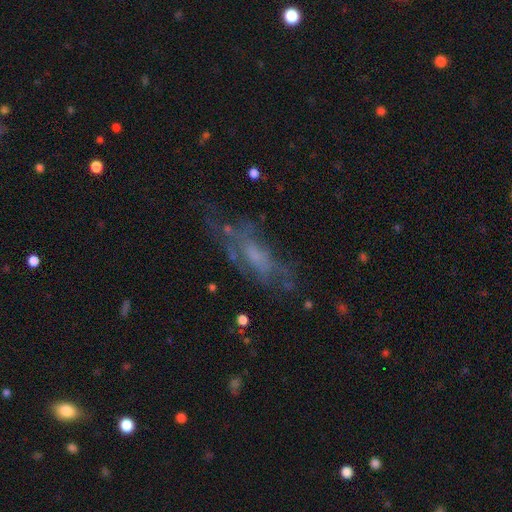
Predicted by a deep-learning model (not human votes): Morphology: type=featured or disk (57%); edge-on=no (81%); merging=none (50%).